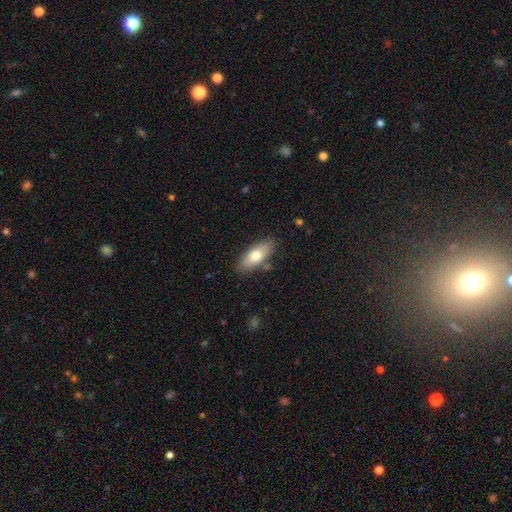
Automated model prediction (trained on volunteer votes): Morphology: type=smooth (72%); roundness=in between (77%); merging=none (83%).